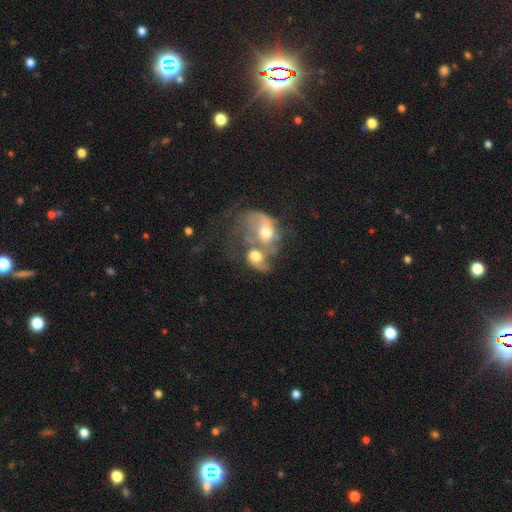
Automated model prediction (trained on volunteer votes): Morphology: type=featured or disk (50%); merging=merger (73%).